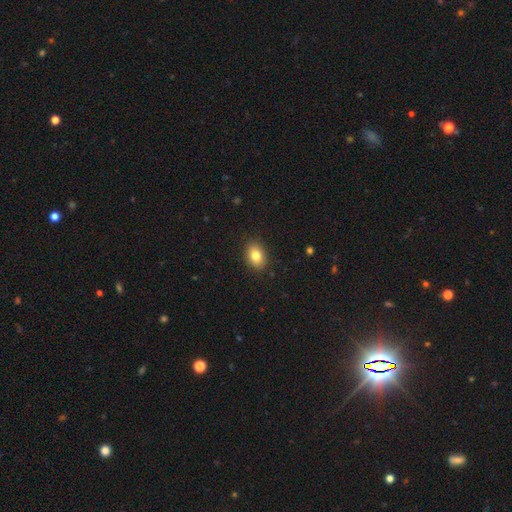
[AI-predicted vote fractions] Smooth or featured? smooth (81%)
How rounded? in between (75%)
Merging? none (89%)